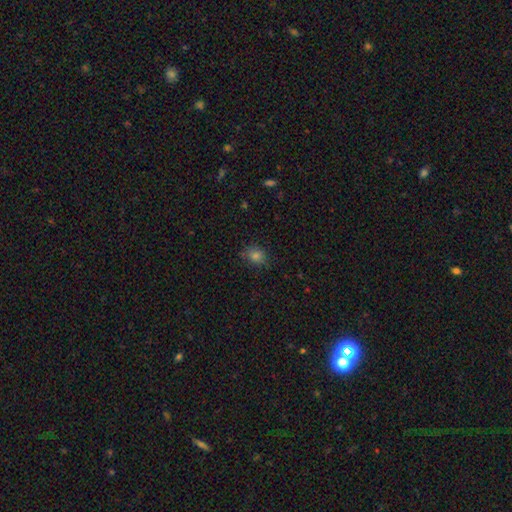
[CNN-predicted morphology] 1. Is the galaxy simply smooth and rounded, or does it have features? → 77% smooth, 17% star or artifact, 6% featured or disk.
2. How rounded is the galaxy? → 68% round, 31% in between, 1% cigar-shaped.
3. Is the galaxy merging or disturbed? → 81% none, 15% minor disturbance, 3% major disturbance, 1% merger.